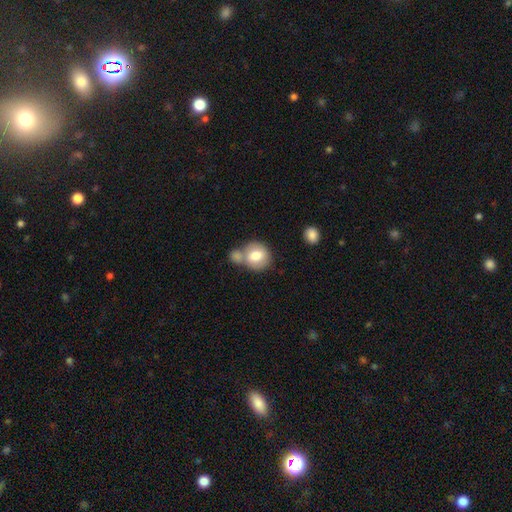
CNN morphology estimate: smooth-or-featured: smooth: 75% | featured or disk: 18% | star or artifact: 7%
  how-rounded: round: 77% | in between: 22% | cigar-shaped: 1%
  merging: none: 42% | merger: 41% | minor disturbance: 12% | major disturbance: 4%